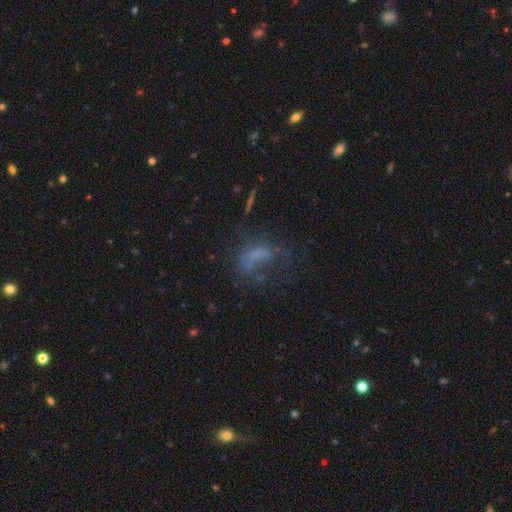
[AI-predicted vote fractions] smooth-or-featured: smooth: 42% | featured or disk: 37% | star or artifact: 21%
  merging: major disturbance: 43% | none: 33% | minor disturbance: 18% | merger: 6%